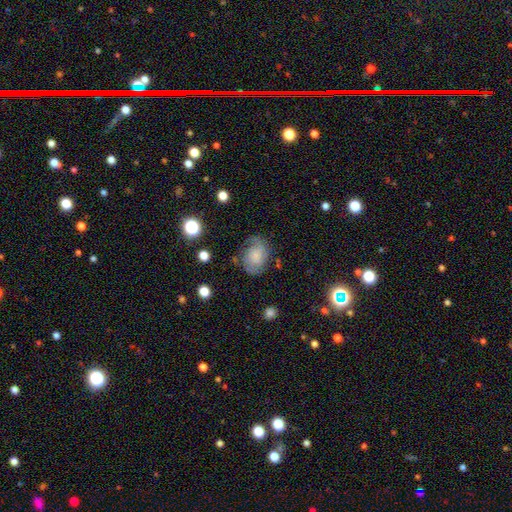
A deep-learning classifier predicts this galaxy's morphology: Overall: featured or disk (52%; smooth 38%). Edge-on disk: no (97%). Bar: no (73%). Spiral arms: yes (83%). Bulge size: small (46%; none 25%). Merging: none (60%; minor disturbance 23%).